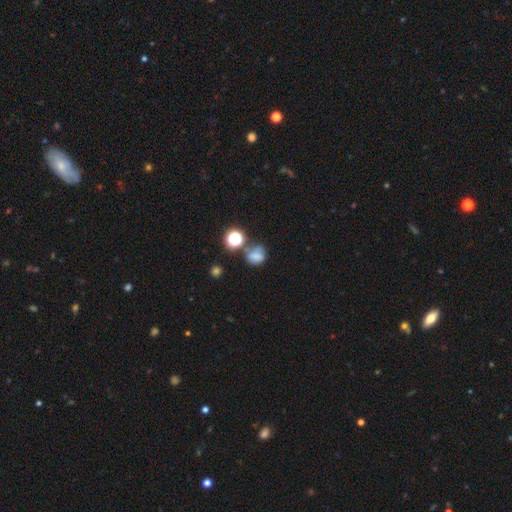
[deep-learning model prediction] smooth-or-featured: smooth: 66% | star or artifact: 20% | featured or disk: 14%
  how-rounded: round: 65% | in between: 34% | cigar-shaped: 1%
  merging: none: 52% | minor disturbance: 20% | merger: 17% | major disturbance: 10%